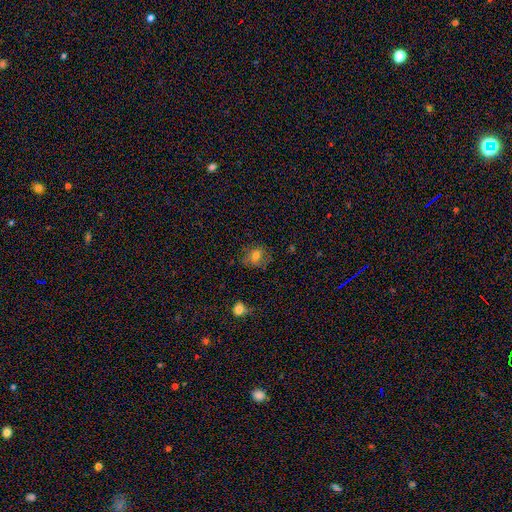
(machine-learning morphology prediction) A smooth galaxy with no disk features (70%) that is round (58%).

Vote fractions:
- Smooth or featured? smooth: 70% / featured or disk: 16% / star or artifact: 13%
- How rounded? round: 58% / in between: 41% / cigar-shaped: 1%
- Merging? none: 69% / minor disturbance: 21% / major disturbance: 8% / merger: 2%